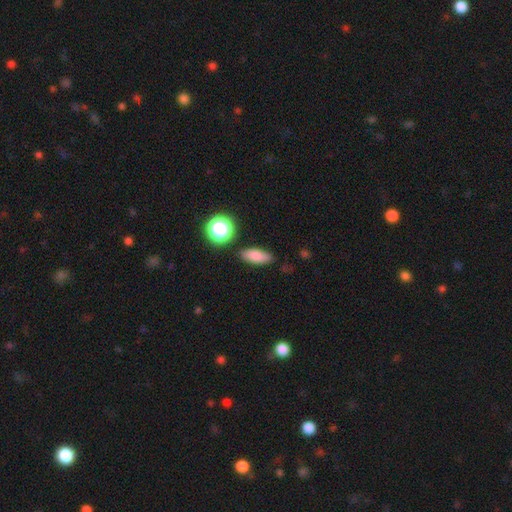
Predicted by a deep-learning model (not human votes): This appears to be a smooth galaxy with no disk features (80%) that is in between round and cigar-shaped (75%). Merging: none (81%).